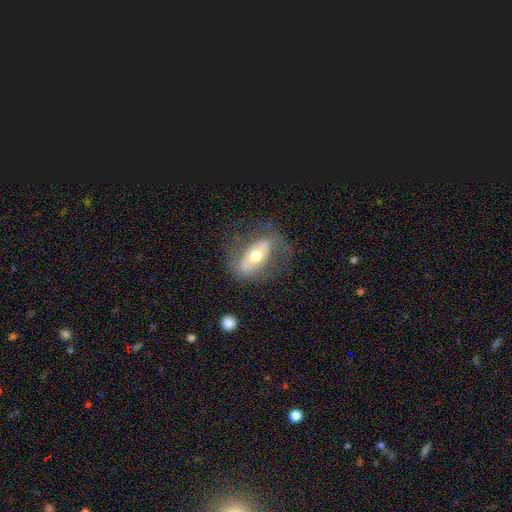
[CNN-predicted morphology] smooth_or_featured: featured or disk (p=0.56) [alt: smooth p=0.37]
disk_edge_on: no (p=0.81) [alt: yes p=0.19]
merging: none (p=0.62) [alt: minor disturbance p=0.20]